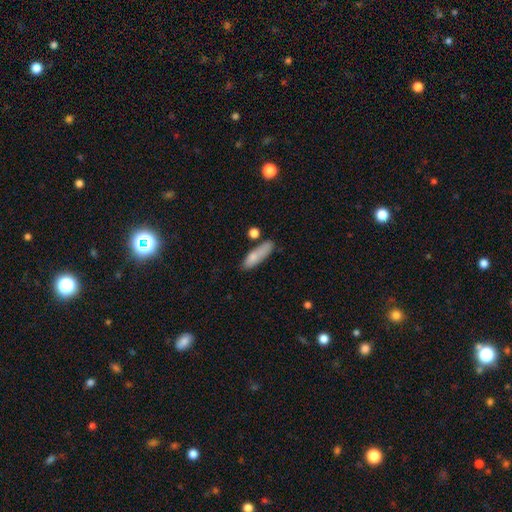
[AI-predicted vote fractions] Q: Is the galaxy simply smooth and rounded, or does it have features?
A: smooth — 78%.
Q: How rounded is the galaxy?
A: cigar-shaped — 57%.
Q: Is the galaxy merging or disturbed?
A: none — 64%.